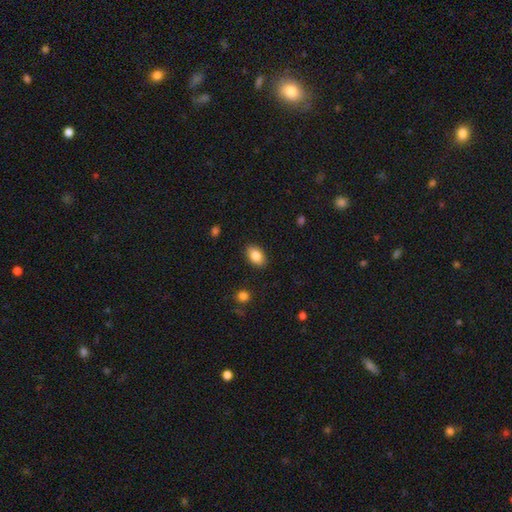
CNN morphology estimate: This appears to be a smooth galaxy with no disk features (84%) that is in between round and cigar-shaped (89%). Merging: none (89%).